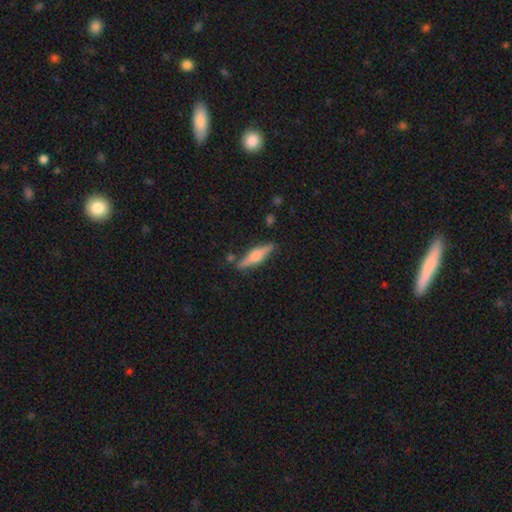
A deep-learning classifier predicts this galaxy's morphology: Smooth or featured?
  - featured or disk: 63% *
  - smooth: 31%
  - star or artifact: 6%
Edge-on disk?
  - yes: 96% *
  - no: 4%
Edge-on bulge?
  - rounded: 89% *
  - boxy: 8%
  - none: 3%
Merging?
  - none: 84% *
  - minor disturbance: 11%
  - merger: 3%
  - major disturbance: 2%